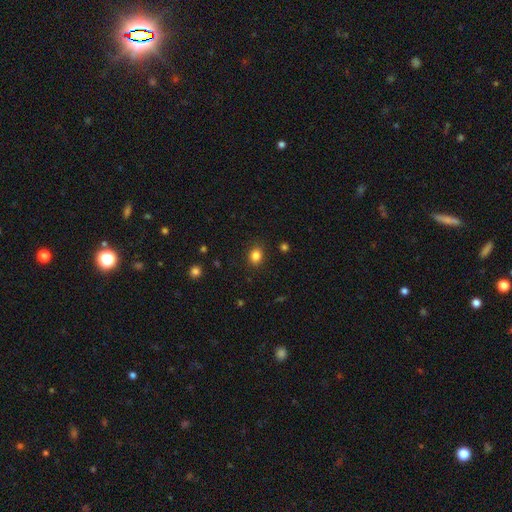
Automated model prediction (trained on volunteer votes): Smooth or featured? Predicted: smooth (p=0.84). How rounded? Predicted: round (p=0.53). Merging? Predicted: none (p=0.86).